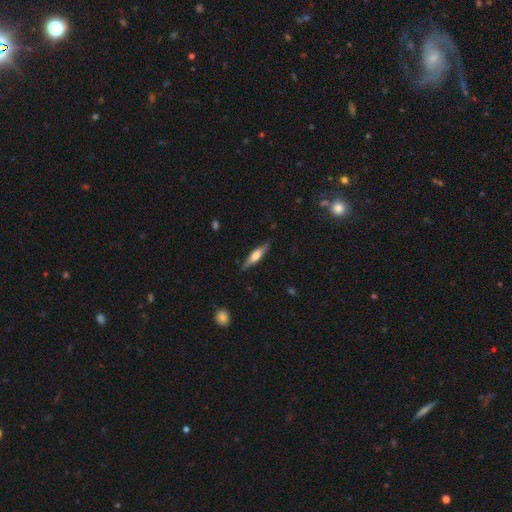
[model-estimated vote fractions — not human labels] Morphology: type=featured or disk (50%); merging=none (85%).